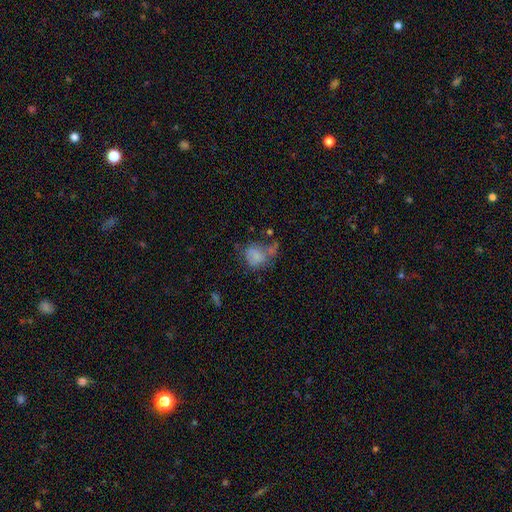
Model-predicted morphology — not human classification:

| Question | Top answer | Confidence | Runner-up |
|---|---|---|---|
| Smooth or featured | smooth | 68% | featured or disk (19%) |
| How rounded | round | 53% | in between (46%) |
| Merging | none | 30% | major disturbance (27%) |